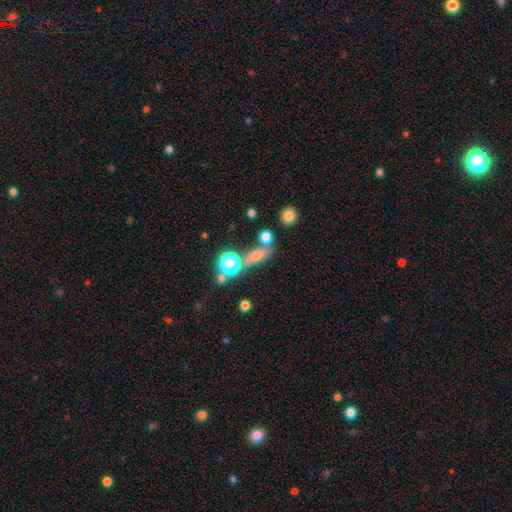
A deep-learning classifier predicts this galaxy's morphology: Smooth or featured? smooth (50%)
How rounded? in between (46%)
Merging? none (56%)